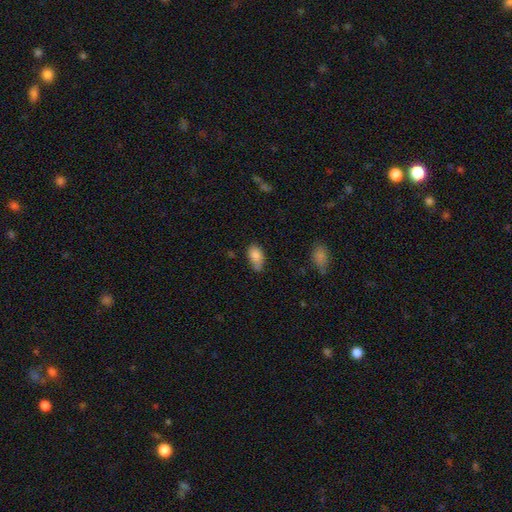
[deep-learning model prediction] Smooth or featured?
  - smooth: 85% *
  - star or artifact: 9%
  - featured or disk: 7%
How rounded?
  - in between: 90% *
  - round: 8%
  - cigar-shaped: 3%
Merging?
  - none: 54% *
  - minor disturbance: 31%
  - merger: 8%
  - major disturbance: 7%